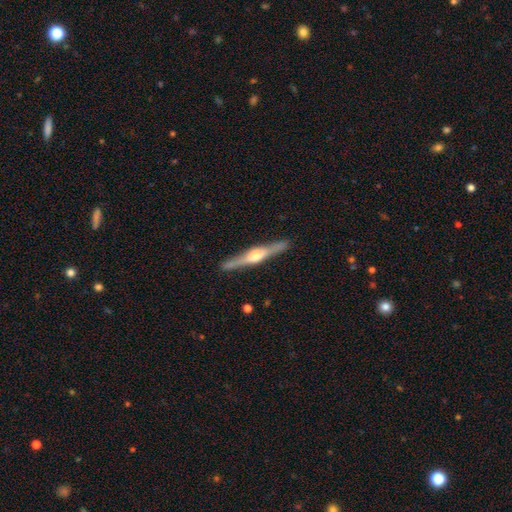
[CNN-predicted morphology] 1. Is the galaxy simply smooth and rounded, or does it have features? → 78% featured or disk, 17% smooth, 5% star or artifact.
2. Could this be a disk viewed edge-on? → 98% yes, 2% no.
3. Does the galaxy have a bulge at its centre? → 89% rounded, 7% boxy, 3% none.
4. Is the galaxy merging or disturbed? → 90% none, 7% minor disturbance, 2% major disturbance, 1% merger.